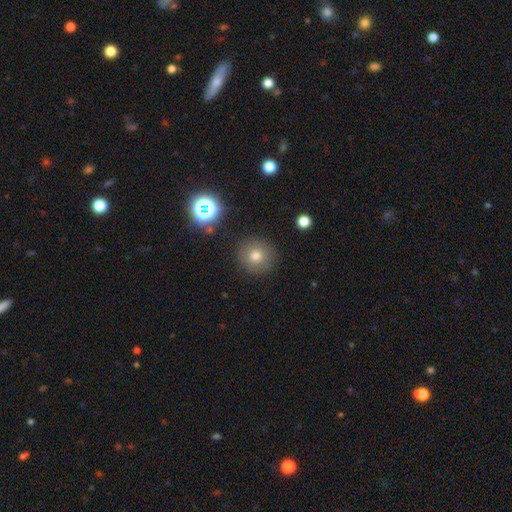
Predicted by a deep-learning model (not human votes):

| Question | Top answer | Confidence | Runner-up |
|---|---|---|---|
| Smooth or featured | smooth | 74% | star or artifact (15%) |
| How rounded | round | 94% | in between (5%) |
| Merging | none | 89% | minor disturbance (7%) |